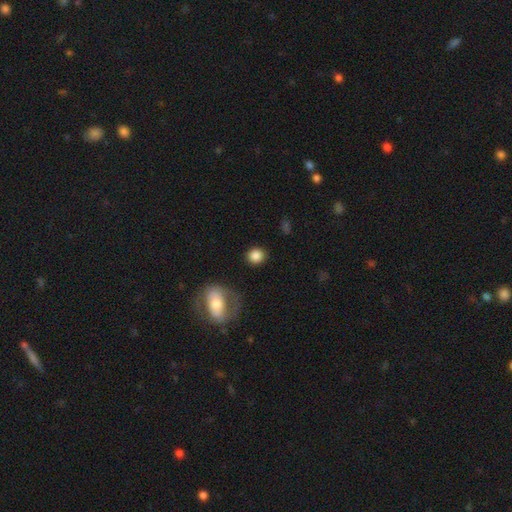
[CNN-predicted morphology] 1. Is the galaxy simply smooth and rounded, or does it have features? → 85% smooth, 8% star or artifact, 6% featured or disk.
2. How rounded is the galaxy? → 84% round, 15% in between, 1% cigar-shaped.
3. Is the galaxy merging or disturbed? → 88% none, 7% minor disturbance, 3% major disturbance, 2% merger.